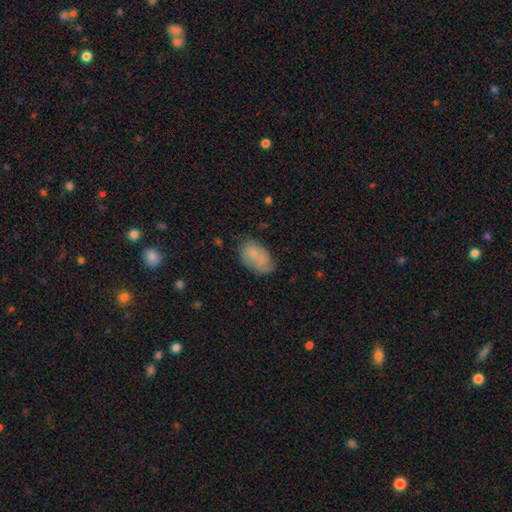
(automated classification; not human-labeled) The model was most divided on "merging": none: 57%, minor disturbance: 30%, major disturbance: 10%, merger: 3%. More confident: how rounded — in between (91%); smooth or featured — smooth (68%).